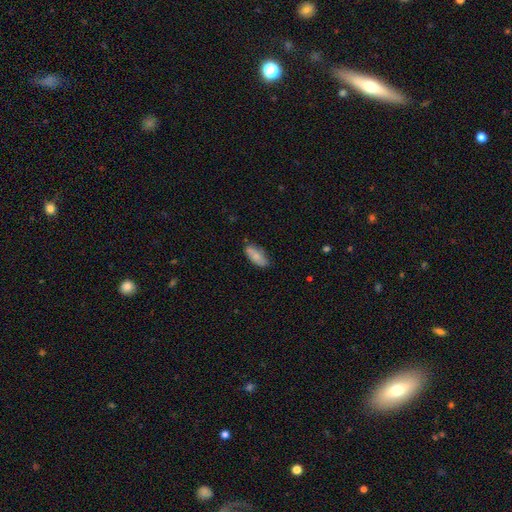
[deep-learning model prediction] The model was most divided on "merging": none: 74%, minor disturbance: 20%, major disturbance: 3%, merger: 3%. More confident: smooth or featured — smooth (81%); how rounded — in between (81%).